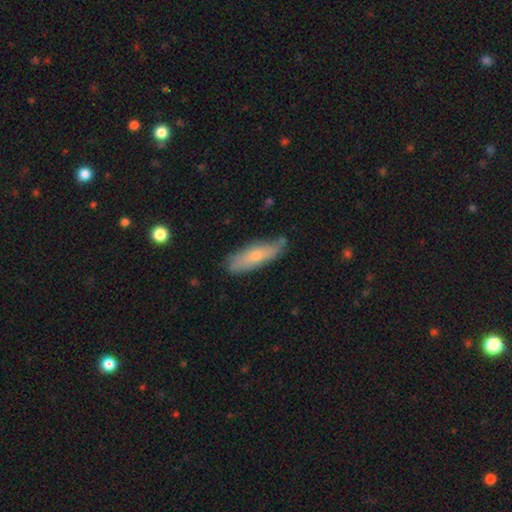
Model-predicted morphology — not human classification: This is possibly a smooth galaxy (59%). How rounded: possibly cigar-shaped (57%). Merging: likely none (72%).